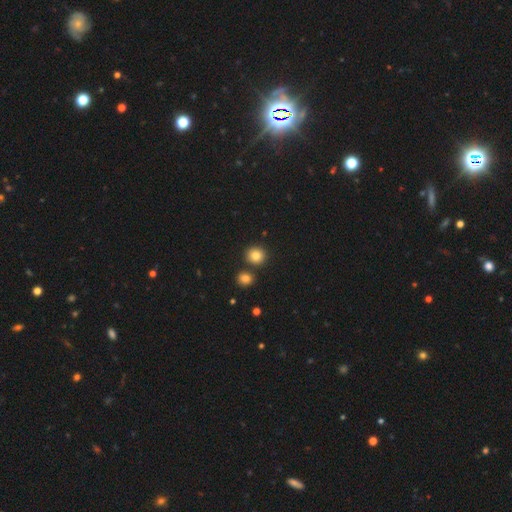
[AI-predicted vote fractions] This is clearly a smooth galaxy (82%). How rounded: clearly round (86%). Merging: clearly none (80%).